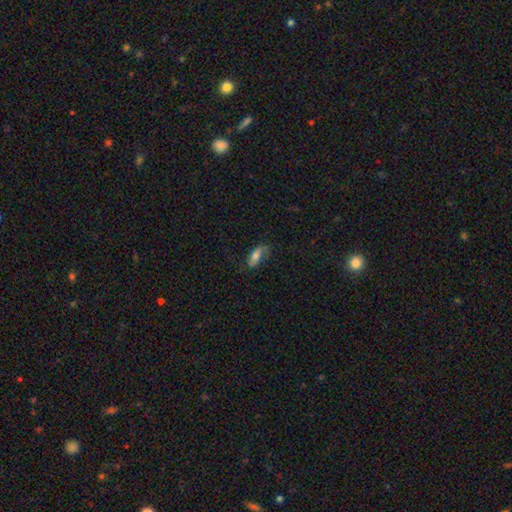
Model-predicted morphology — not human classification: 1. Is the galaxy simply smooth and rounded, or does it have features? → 61% smooth, 31% featured or disk, 8% star or artifact.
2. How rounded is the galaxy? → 78% in between, 19% cigar-shaped, 4% round.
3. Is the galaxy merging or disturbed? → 63% none, 25% minor disturbance, 11% major disturbance, 2% merger.